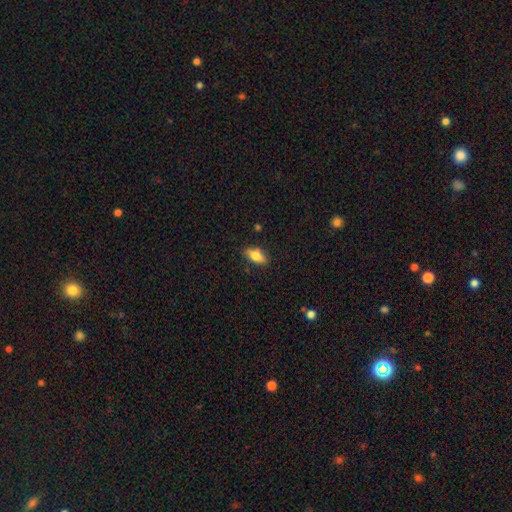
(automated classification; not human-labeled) Smooth or featured: smooth — 75% (featured or disk — 17%)
How rounded: in between — 82% (cigar-shaped — 13%)
Merging: none — 82% (minor disturbance — 13%)